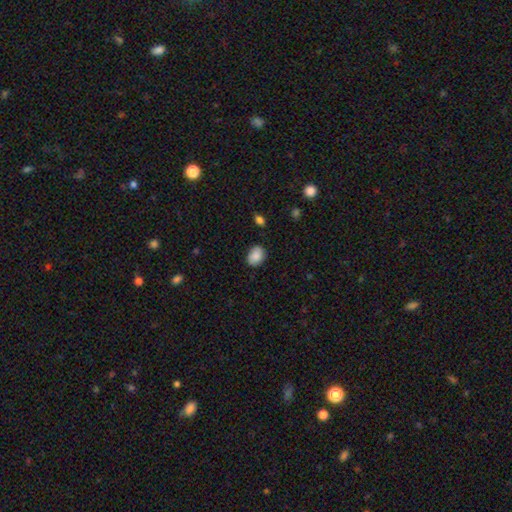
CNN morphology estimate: A smooth galaxy with no disk features (88%) that is in between round and cigar-shaped (71%).

Vote fractions:
- Smooth or featured? smooth: 88% / star or artifact: 7% / featured or disk: 4%
- How rounded? in between: 71% / round: 28% / cigar-shaped: 1%
- Merging? none: 80% / minor disturbance: 15% / major disturbance: 3% / merger: 1%